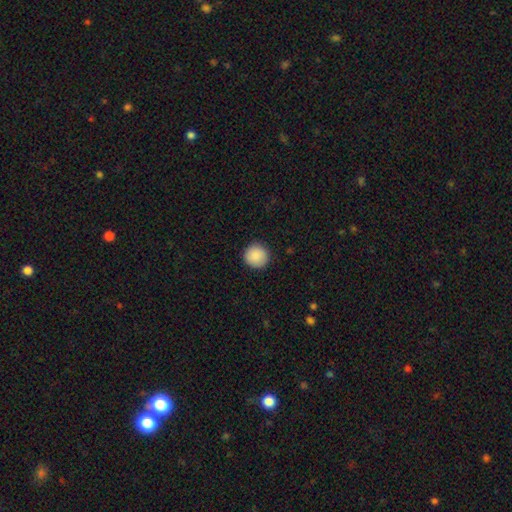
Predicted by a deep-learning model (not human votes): A smooth galaxy with no disk features (90%) that is round (95%).

Vote fractions:
- Smooth or featured? smooth: 90% / star or artifact: 7% / featured or disk: 3%
- How rounded? round: 95% / in between: 4% / cigar-shaped: 1%
- Merging? none: 92% / minor disturbance: 6% / major disturbance: 2% / merger: 1%